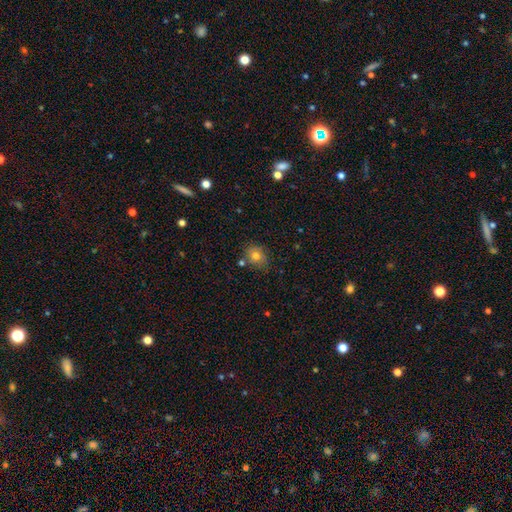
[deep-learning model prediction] A smooth galaxy with no disk features (76%) that is round (60%). Merging: none (74%).